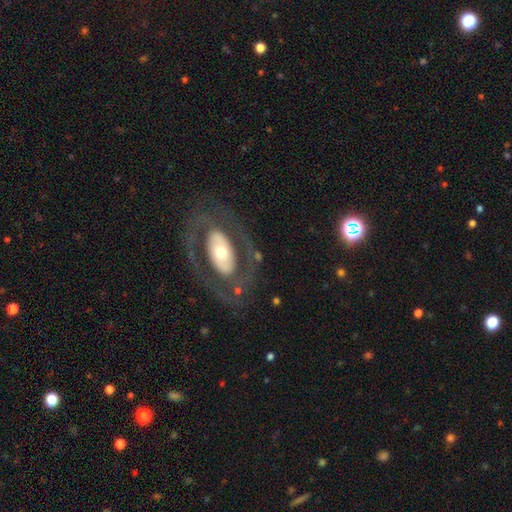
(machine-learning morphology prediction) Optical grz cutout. It shows a featured or disk galaxy (69%) with no bar (63%), no spiral arms (62%) and a moderate central bulge (56%). Merging: none (74%).